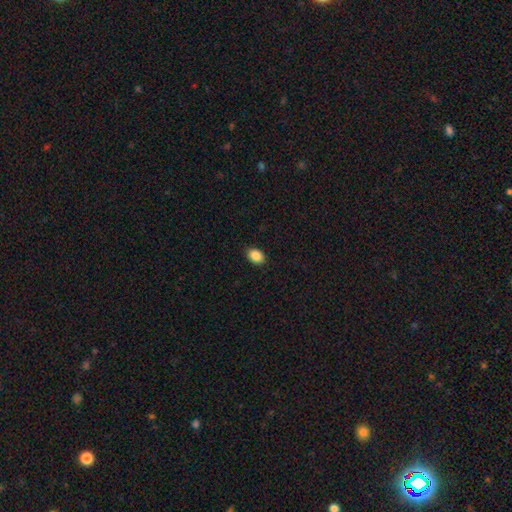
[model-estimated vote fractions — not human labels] smooth_or_featured: smooth (p=0.88) [alt: star or artifact p=0.08]
how_rounded: in between (p=0.73) [alt: round p=0.26]
merging: none (p=0.90) [alt: minor disturbance p=0.07]